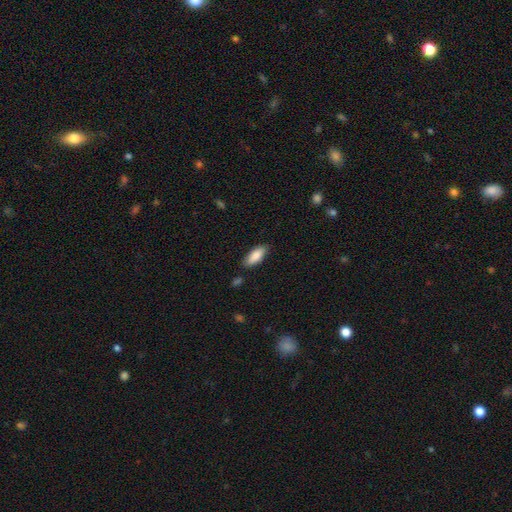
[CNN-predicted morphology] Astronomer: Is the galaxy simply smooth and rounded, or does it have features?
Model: smooth — 85%.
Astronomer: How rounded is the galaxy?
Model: in between — 79%.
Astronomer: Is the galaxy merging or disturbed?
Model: none — 82%.